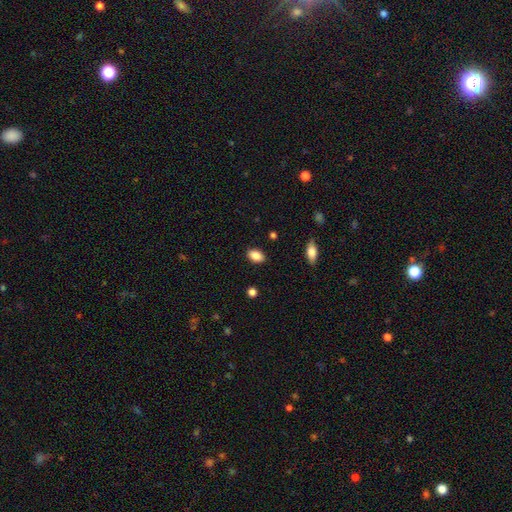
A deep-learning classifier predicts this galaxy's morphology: type=smooth (87%); roundness=in between (89%); merging=none (88%).